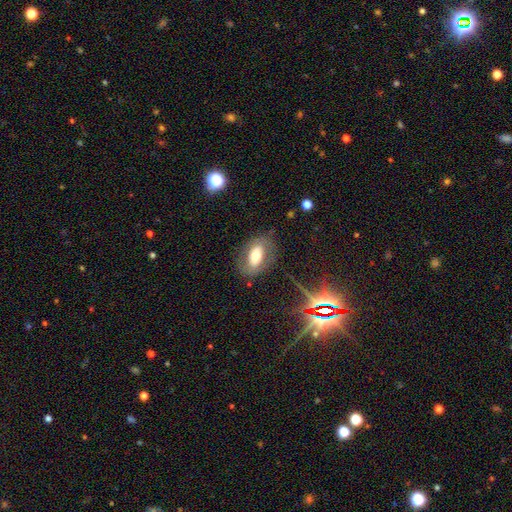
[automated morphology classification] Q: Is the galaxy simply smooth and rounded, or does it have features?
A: smooth — 52%.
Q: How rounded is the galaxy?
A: in between — 88%.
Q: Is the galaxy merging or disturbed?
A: none — 76%.